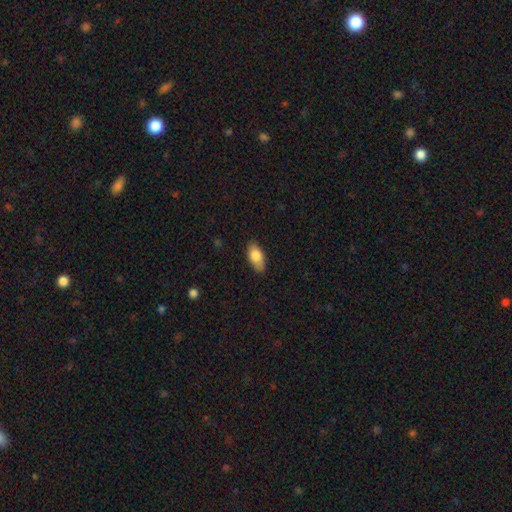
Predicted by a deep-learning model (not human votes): The model was most divided on "smooth or featured": smooth: 81%, featured or disk: 12%, star or artifact: 6%. More confident: how rounded — in between (88%); merging — none (83%).